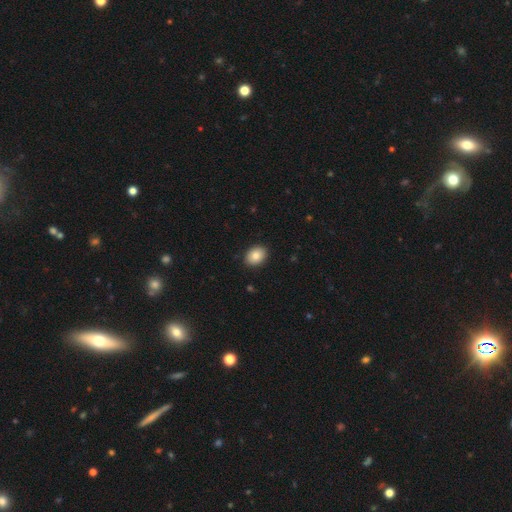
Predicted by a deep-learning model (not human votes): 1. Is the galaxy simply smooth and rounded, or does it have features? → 85% smooth, 8% star or artifact, 7% featured or disk.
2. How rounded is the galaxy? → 68% in between, 31% round, 1% cigar-shaped.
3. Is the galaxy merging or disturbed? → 90% none, 8% minor disturbance, 2% major disturbance, 1% merger.